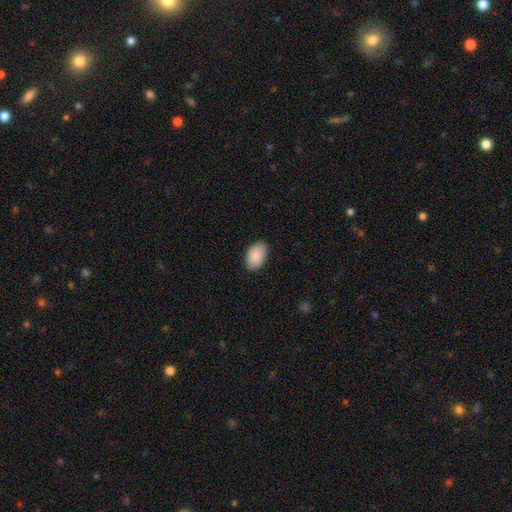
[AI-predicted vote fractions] Morphology: type=smooth (90%); roundness=in between (93%); merging=none (86%).